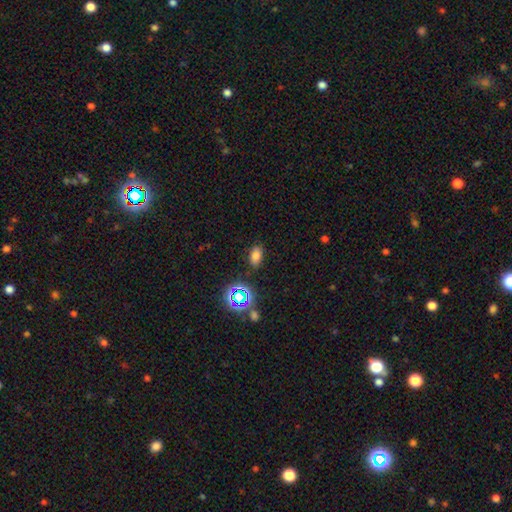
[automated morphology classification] Smooth or featured?
  - smooth: 72% *
  - star or artifact: 21%
  - featured or disk: 7%
How rounded?
  - in between: 88% *
  - round: 10%
  - cigar-shaped: 3%
Merging?
  - none: 84% *
  - minor disturbance: 11%
  - major disturbance: 3%
  - merger: 2%